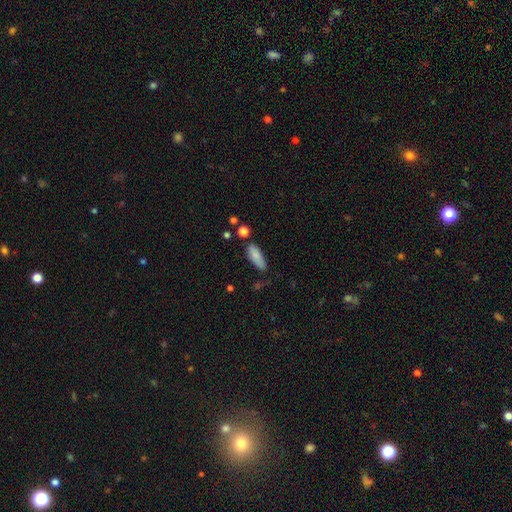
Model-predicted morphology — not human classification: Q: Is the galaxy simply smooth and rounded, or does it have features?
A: smooth — 84%.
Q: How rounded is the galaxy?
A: in between — 70%.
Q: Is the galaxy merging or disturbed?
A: none — 63%.